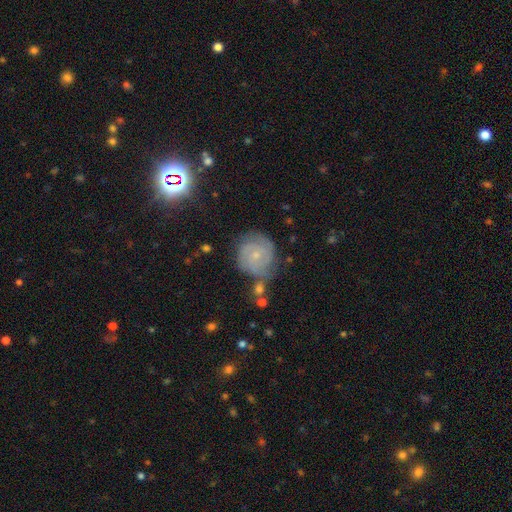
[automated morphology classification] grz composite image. It shows a featured or disk galaxy (67%) with no bar (72%), 2 (32%) tight (63%) spiral arms (92%) and a small central bulge (76%). Merging: none (67%).